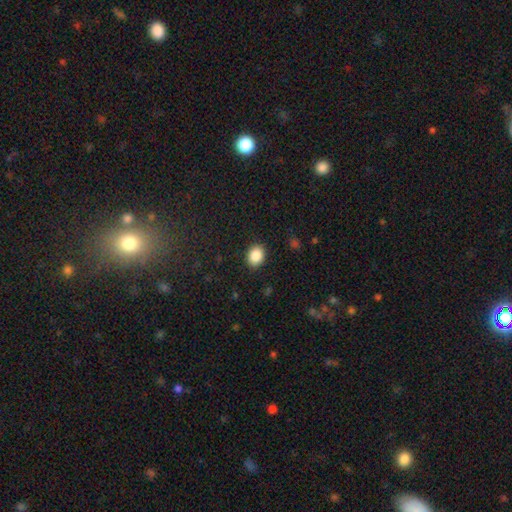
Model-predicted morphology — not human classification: Overall: smooth (87%). How rounded: round (51%; in between 48%). Merging: none (89%).